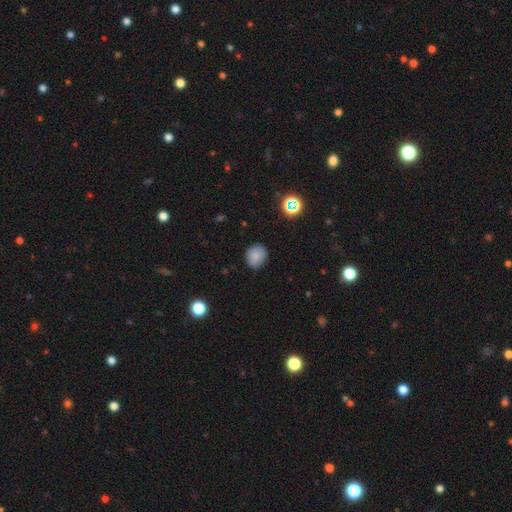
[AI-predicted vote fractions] This is clearly a smooth galaxy (82%). How rounded: likely round (75%). Merging: clearly none (83%).